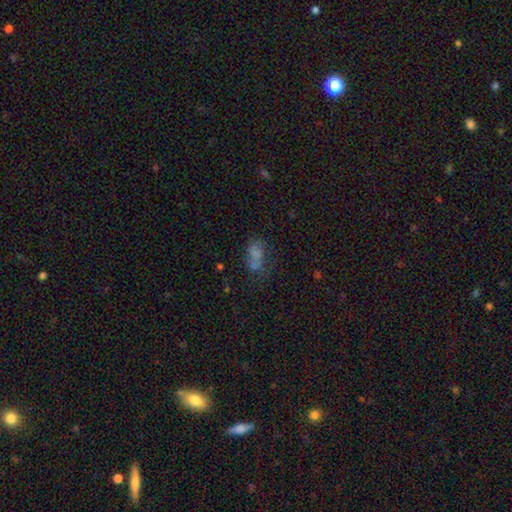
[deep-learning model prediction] The model was most divided on "merging": none: 35%, merger: 32%, minor disturbance: 17%, major disturbance: 16%. More confident: how rounded — in between (76%); smooth or featured — smooth (57%).